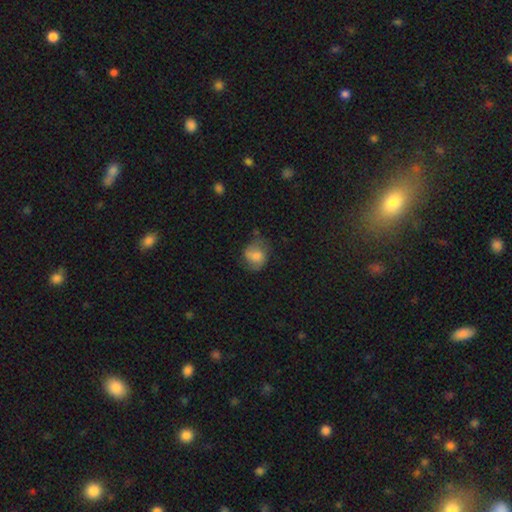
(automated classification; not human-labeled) Q: Smooth or featured?
A: smooth (60%); runner-up: featured or disk (31%)
Q: How rounded?
A: round (61%); runner-up: in between (38%)
Q: Merging?
A: none (57%); runner-up: minor disturbance (29%)